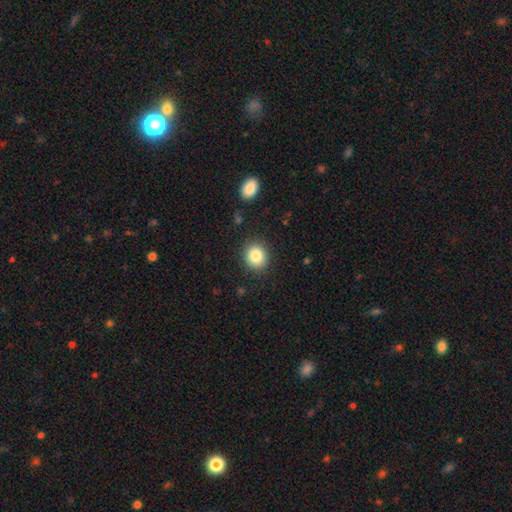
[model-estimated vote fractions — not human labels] A smooth galaxy with no disk features (84%) that is round (77%). Merging: none (88%).